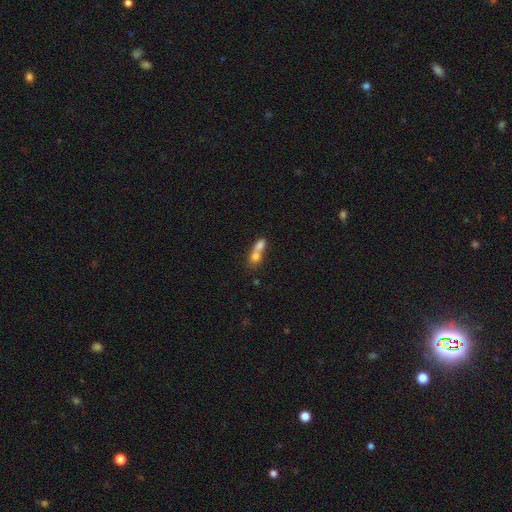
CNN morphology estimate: Smooth or featured? smooth (70%)
How rounded? in between (53%)
Merging? merger (73%)